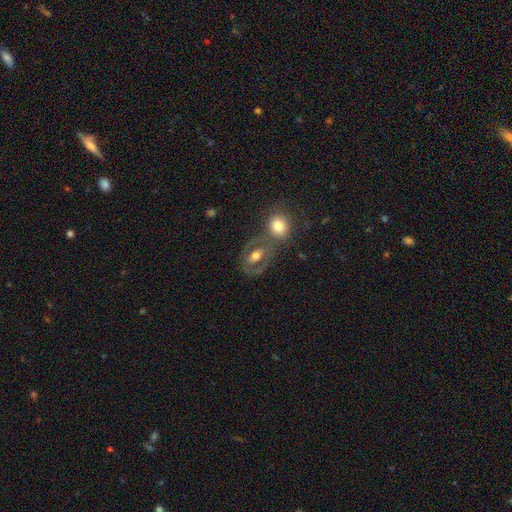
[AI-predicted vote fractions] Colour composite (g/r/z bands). It shows a featured or disk galaxy (52%). Merging: none (53%).